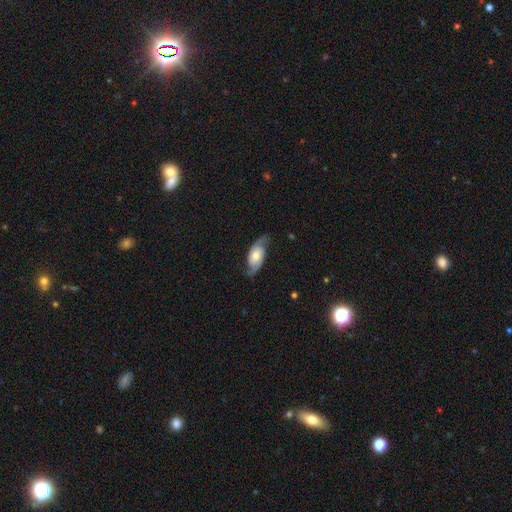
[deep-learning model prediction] smooth_or_featured: featured or disk (p=0.78) [alt: smooth p=0.16]
disk_edge_on: no (p=0.93) [alt: yes p=0.07]
bar: no (p=0.68) [alt: weak p=0.26]
has_spiral_arms: yes (p=0.94) [alt: no p=0.06]
spiral_winding: medium (p=0.42) [alt: loose p=0.36]
spiral_arm_count: 2 (p=0.90) [alt: can't tell p=0.04]
bulge_size: moderate (p=0.60) [alt: small p=0.23]
merging: none (p=0.74) [alt: minor disturbance p=0.17]